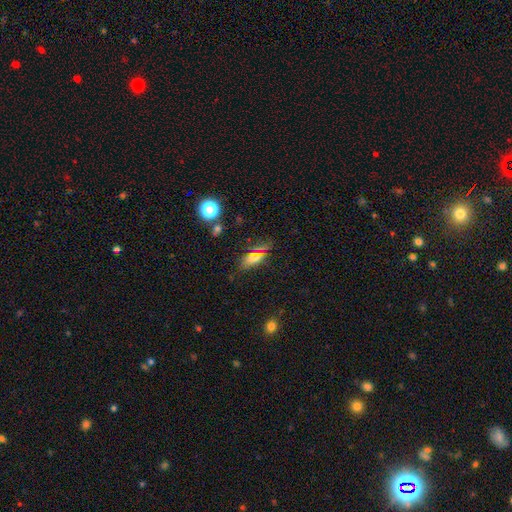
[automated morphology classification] Smooth or featured? Predicted: smooth (p=0.63). How rounded? Predicted: in between (p=0.75). Merging? Predicted: none (p=0.76).